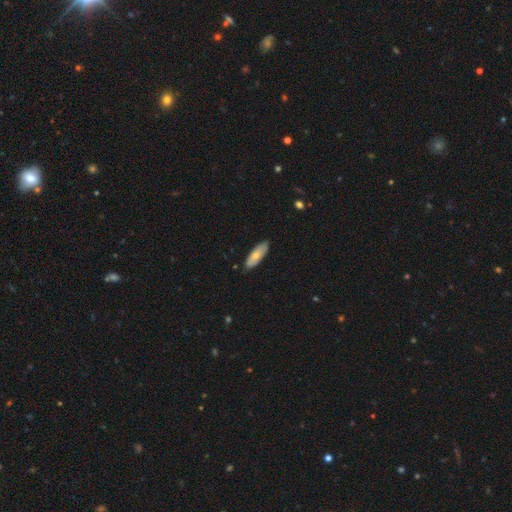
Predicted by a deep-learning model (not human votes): Smooth or featured: smooth — 69% (featured or disk — 25%)
How rounded: in between — 61% (cigar-shaped — 37%)
Merging: none — 85% (minor disturbance — 12%)